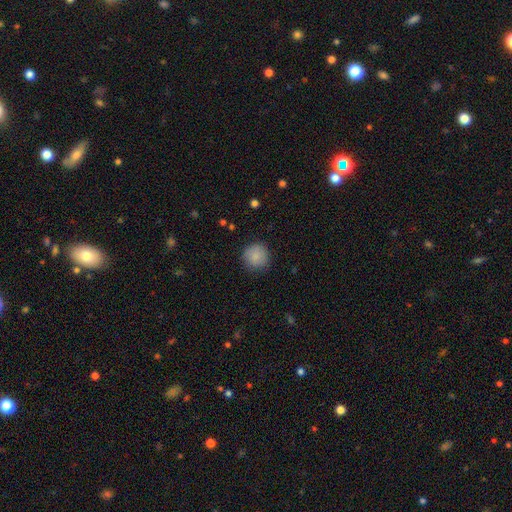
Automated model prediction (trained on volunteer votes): Smooth or featured? smooth (87%)
How rounded? round (93%)
Merging? none (85%)